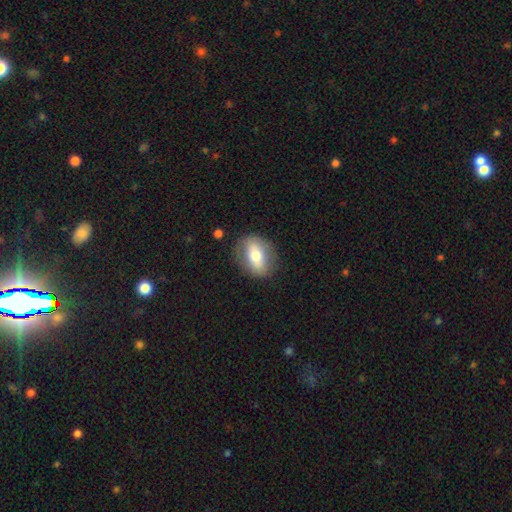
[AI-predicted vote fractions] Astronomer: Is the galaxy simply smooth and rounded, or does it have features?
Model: smooth — 59%.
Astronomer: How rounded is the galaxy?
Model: in between — 70%.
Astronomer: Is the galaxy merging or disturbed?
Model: none — 81%.